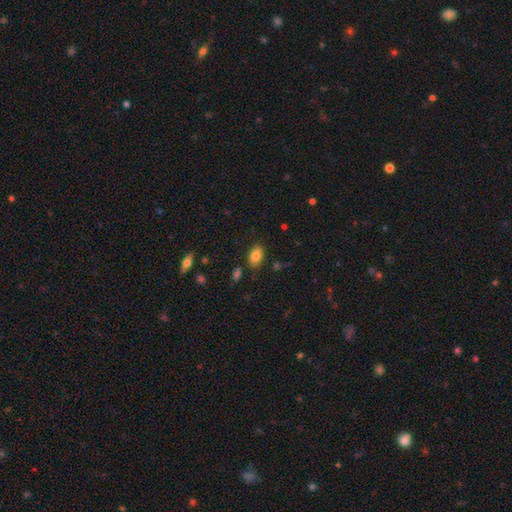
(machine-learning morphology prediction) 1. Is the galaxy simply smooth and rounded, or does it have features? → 84% smooth, 9% star or artifact, 8% featured or disk.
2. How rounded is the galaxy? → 89% in between, 10% round, 2% cigar-shaped.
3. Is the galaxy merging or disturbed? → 82% none, 12% minor disturbance, 3% merger, 3% major disturbance.